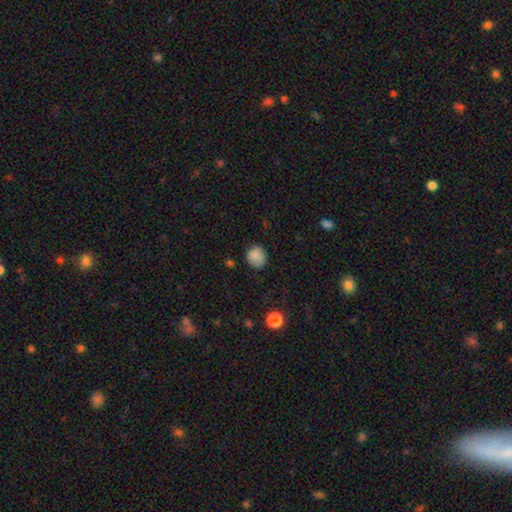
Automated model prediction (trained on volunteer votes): Smooth or featured? Predicted: smooth (p=0.86). How rounded? Predicted: round (p=0.80). Merging? Predicted: none (p=0.79).